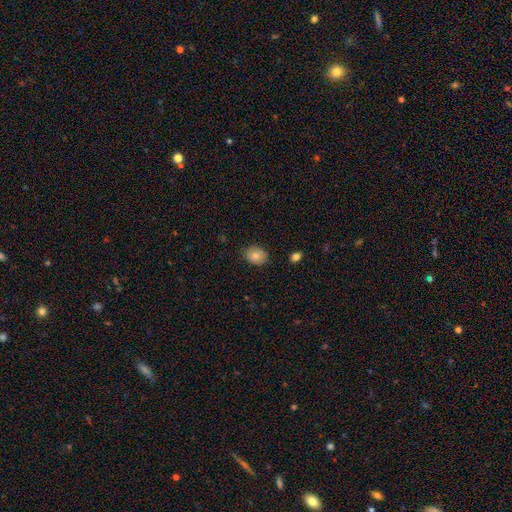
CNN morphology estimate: A smooth galaxy with no disk features (81%) that is in between round and cigar-shaped (52%). Merging: none (85%).